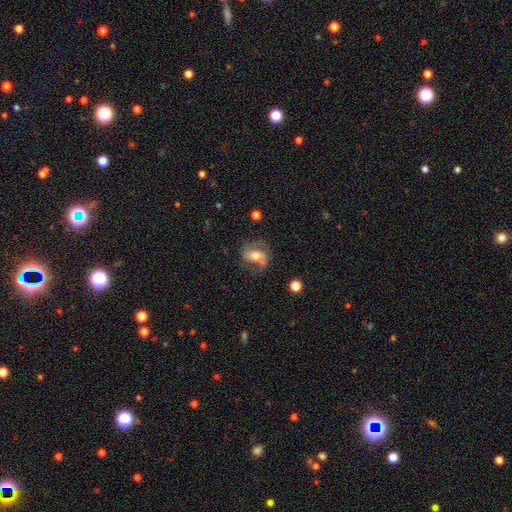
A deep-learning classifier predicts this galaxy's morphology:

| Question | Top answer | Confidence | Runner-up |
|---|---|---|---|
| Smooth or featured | featured or disk | 68% | smooth (23%) |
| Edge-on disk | no | 96% | yes (4%) |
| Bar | weak | 40% | no (37%) |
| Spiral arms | yes | 88% | no (12%) |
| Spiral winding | medium | 44% | loose (41%) |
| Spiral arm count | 2 | 76% | 1 (14%) |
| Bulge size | moderate | 64% | small (22%) |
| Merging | none | 52% | minor disturbance (20%) |